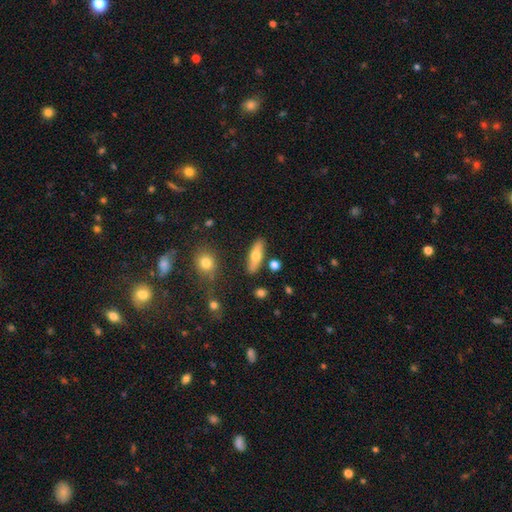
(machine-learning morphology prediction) smooth 65%, featured or disk 28%, star or artifact 7%. Down the decision tree: how rounded — in between (51%); merging — none (83%).